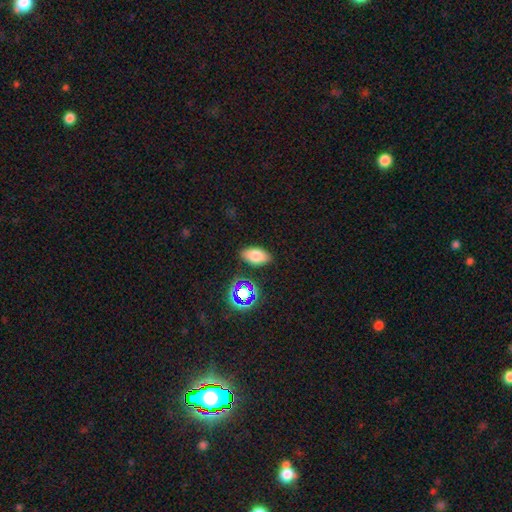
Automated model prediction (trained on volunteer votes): smooth 75%, star or artifact 14%, featured or disk 10%. Down the decision tree: how rounded — in between (90%); merging — none (83%).